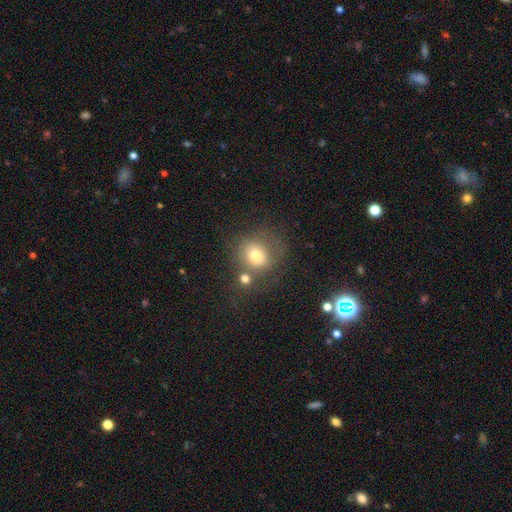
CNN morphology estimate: This is likely a smooth galaxy (71%). How rounded: likely round (75%). Merging: possibly none (51%).